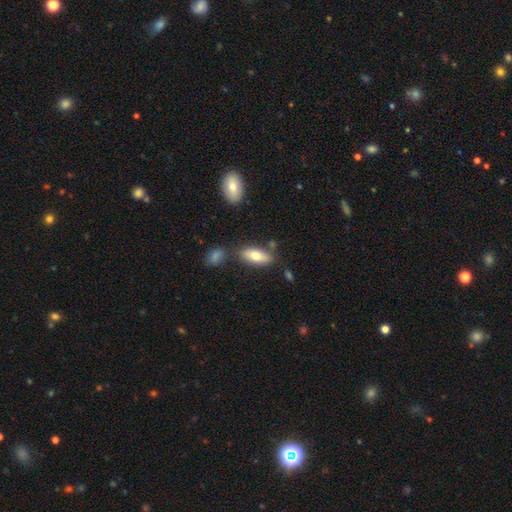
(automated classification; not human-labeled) smooth_or_featured: smooth (p=0.75) [alt: featured or disk p=0.18]
how_rounded: in between (p=0.82) [alt: cigar-shaped p=0.16]
merging: none (p=0.74) [alt: minor disturbance p=0.14]